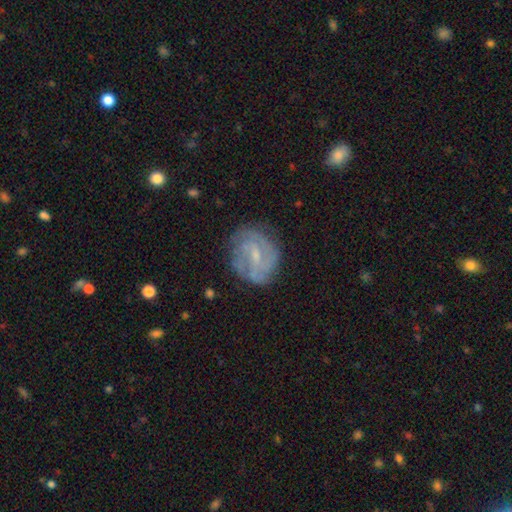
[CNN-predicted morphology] Q: Smooth or featured?
A: featured or disk (74%); runner-up: smooth (18%)
Q: Edge-on disk?
A: no (97%); runner-up: yes (3%)
Q: Bar?
A: weak (55%); runner-up: no (28%)
Q: Spiral arms?
A: yes (87%); runner-up: no (13%)
Q: Spiral winding?
A: tight (49%); runner-up: medium (37%)
Q: Spiral arm count?
A: 2 (35%); runner-up: can't tell (34%)
Q: Bulge size?
A: small (64%); runner-up: moderate (26%)
Q: Merging?
A: none (74%); runner-up: minor disturbance (18%)